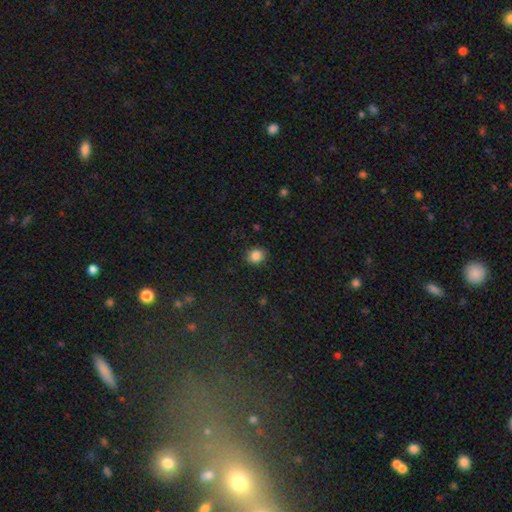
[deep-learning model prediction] The model was most divided on "how rounded": round: 76%, in between: 23%, cigar-shaped: 1%. More confident: merging — none (88%); smooth or featured — smooth (85%).